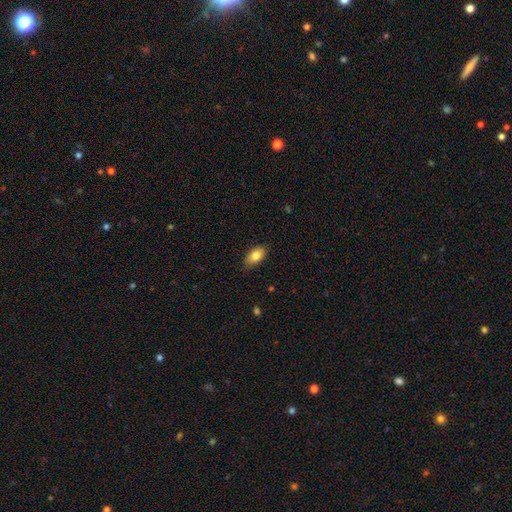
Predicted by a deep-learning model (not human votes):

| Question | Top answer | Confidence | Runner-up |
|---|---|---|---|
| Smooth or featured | smooth | 82% | featured or disk (11%) |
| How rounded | in between | 91% | round (6%) |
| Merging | none | 80% | minor disturbance (16%) |